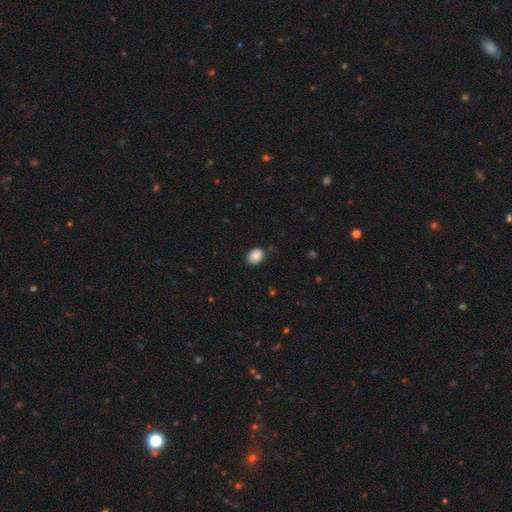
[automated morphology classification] A smooth galaxy with no disk features (89%) that is in between round and cigar-shaped (70%).

Vote fractions:
- Smooth or featured? smooth: 89% / star or artifact: 8% / featured or disk: 4%
- How rounded? in between: 70% / round: 29% / cigar-shaped: 1%
- Merging? none: 84% / minor disturbance: 12% / major disturbance: 2% / merger: 1%